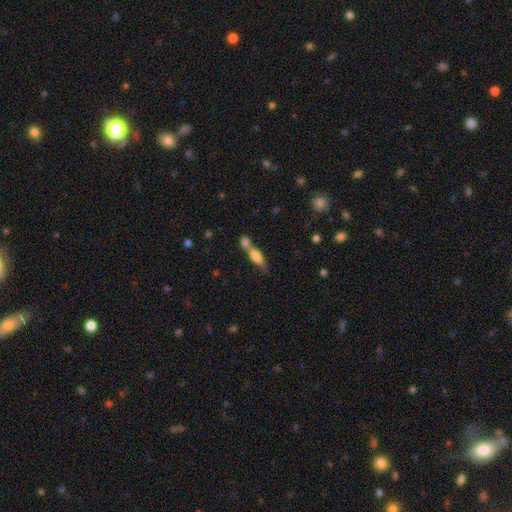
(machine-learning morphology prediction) This appears to be a smooth galaxy with no disk features (70%) that is in between round and cigar-shaped (50%). Merging: merger (52%).